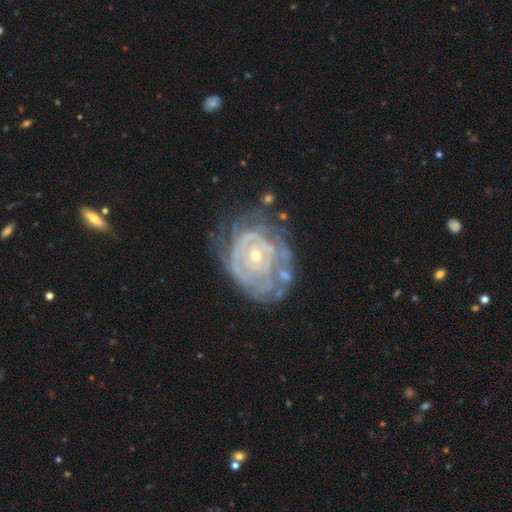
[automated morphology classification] The model was most divided on "merging": none: 50%, minor disturbance: 26%, major disturbance: 18%, merger: 6%. More confident: edge-on disk — no (97%); smooth or featured — featured or disk (85%); spiral arms — yes (83%); spiral winding — tight (78%); bar — no (77%); bulge size — small (62%); spiral arm count — can't tell (53%).